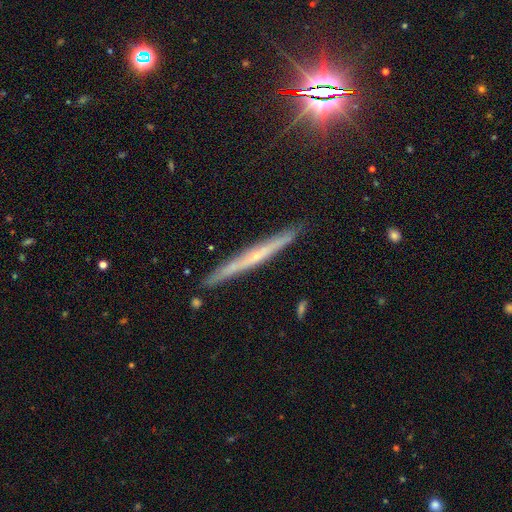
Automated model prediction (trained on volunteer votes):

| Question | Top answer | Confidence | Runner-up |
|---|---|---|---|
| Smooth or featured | featured or disk | 64% | smooth (26%) |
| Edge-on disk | yes | 96% | no (4%) |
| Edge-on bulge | none | 55% | rounded (40%) |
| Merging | none | 89% | minor disturbance (8%) |